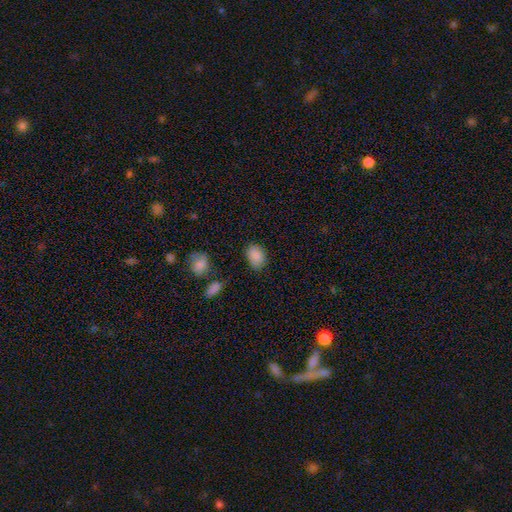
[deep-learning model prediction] Morphology: type=smooth (87%); roundness=in between (81%); merging=none (75%).